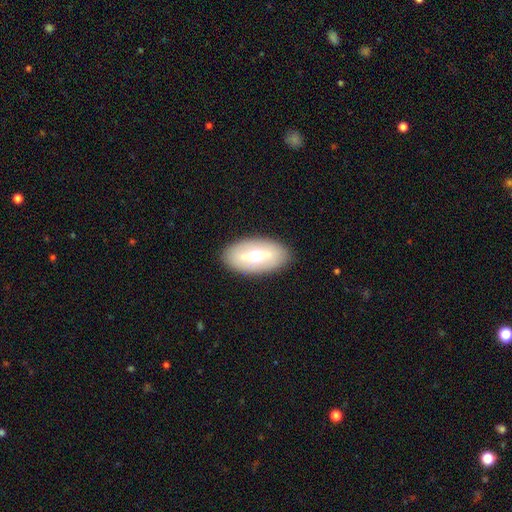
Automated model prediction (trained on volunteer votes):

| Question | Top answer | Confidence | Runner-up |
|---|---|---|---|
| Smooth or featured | featured or disk | 50% | smooth (44%) |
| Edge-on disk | no | 78% | yes (22%) |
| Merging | none | 88% | minor disturbance (8%) |